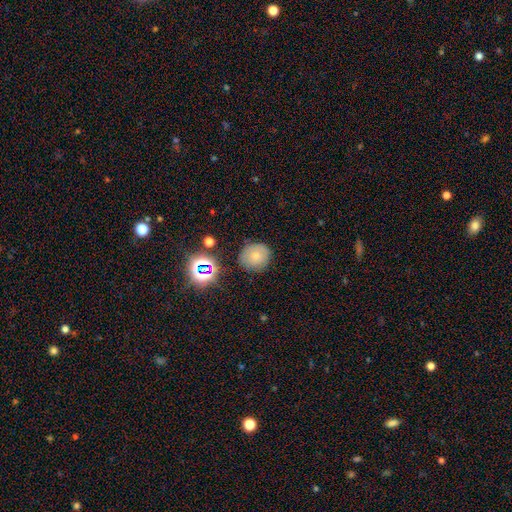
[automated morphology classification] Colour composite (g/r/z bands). It shows a smooth galaxy with no disk features (66%) that is round (83%). Merging: none (80%).